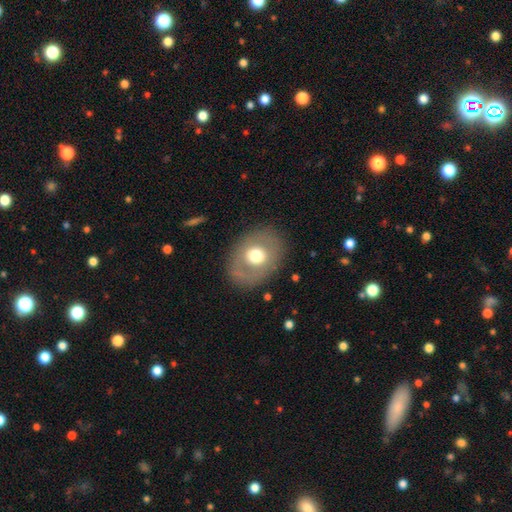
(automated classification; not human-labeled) Smooth or featured: smooth — 57% (featured or disk — 36%)
How rounded: in between — 57% (round — 42%)
Merging: none — 83% (minor disturbance — 11%)